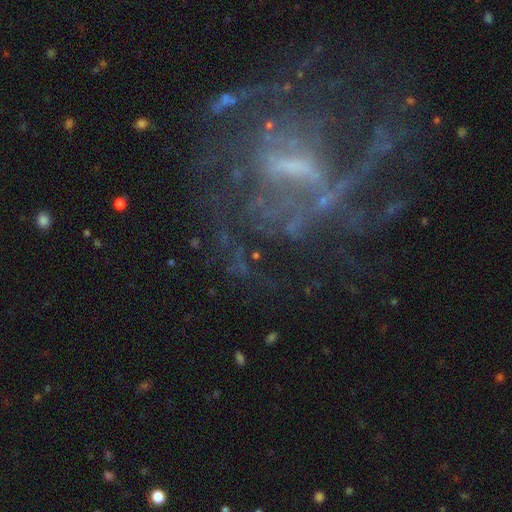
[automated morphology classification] Smooth or featured?
  - featured or disk: 62% *
  - star or artifact: 24%
  - smooth: 14%
Edge-on disk?
  - no: 94% *
  - yes: 6%
Bar?
  - no: 39% *
  - weak: 33%
  - strong: 28%
Spiral arms?
  - yes: 68% *
  - no: 32%
Bulge size?
  - small: 43% *
  - none: 27%
  - moderate: 23%
  - large: 5%
  - dominant: 3%
Merging?
  - none: 54% *
  - major disturbance: 24%
  - minor disturbance: 16%
  - merger: 6%